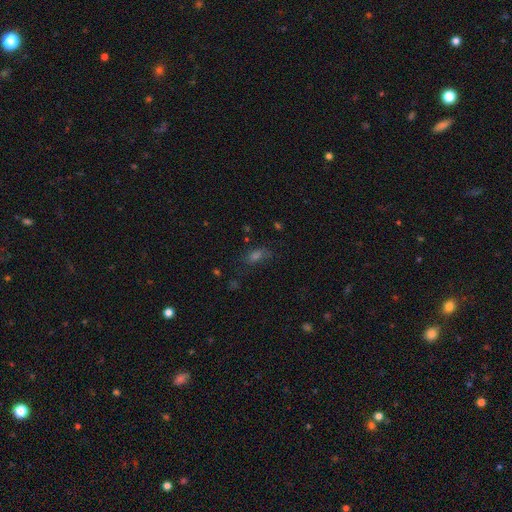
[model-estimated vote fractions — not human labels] Morphology: type=smooth (50%); merging=none (68%).